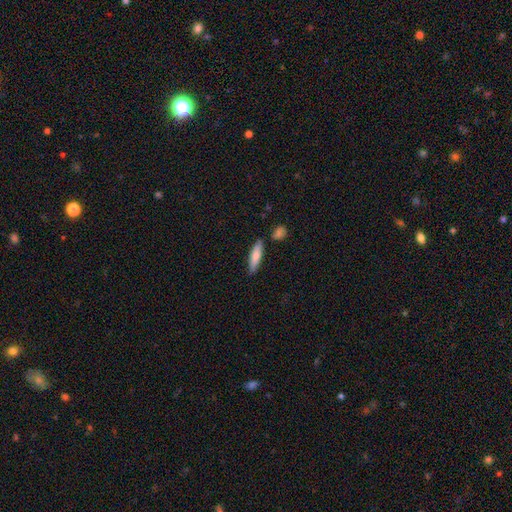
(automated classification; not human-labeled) smooth_or_featured: smooth (p=0.73) [alt: featured or disk p=0.21]
how_rounded: cigar-shaped (p=0.67) [alt: in between p=0.32]
merging: none (p=0.82) [alt: minor disturbance p=0.11]